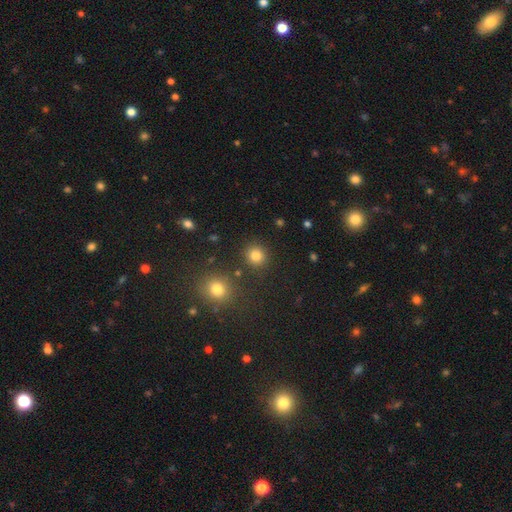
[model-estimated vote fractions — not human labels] smooth-or-featured: smooth: 82% | star or artifact: 13% | featured or disk: 5%
  how-rounded: round: 89% | in between: 10% | cigar-shaped: 1%
  merging: none: 87% | minor disturbance: 6% | merger: 4% | major disturbance: 3%